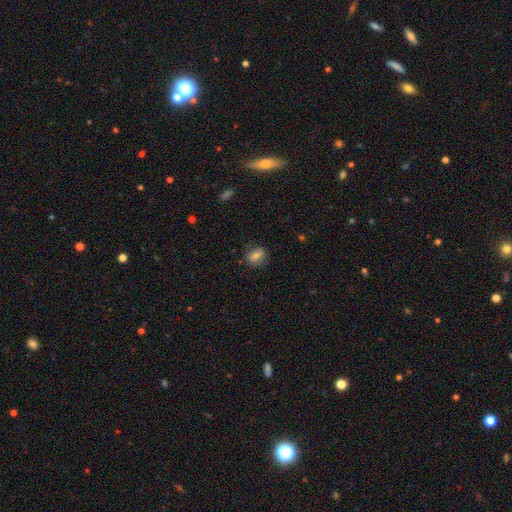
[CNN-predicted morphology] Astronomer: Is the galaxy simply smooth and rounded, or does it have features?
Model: smooth — 74%.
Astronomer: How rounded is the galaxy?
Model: round — 55% (runner-up: in between, 43%).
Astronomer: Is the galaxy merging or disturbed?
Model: none — 83%.